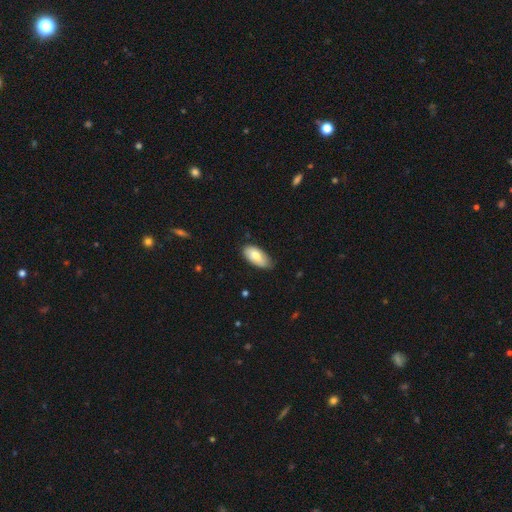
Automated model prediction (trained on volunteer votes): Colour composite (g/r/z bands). It shows a smooth galaxy with no disk features (80%) that is in between round and cigar-shaped (92%). Merging: none (74%).